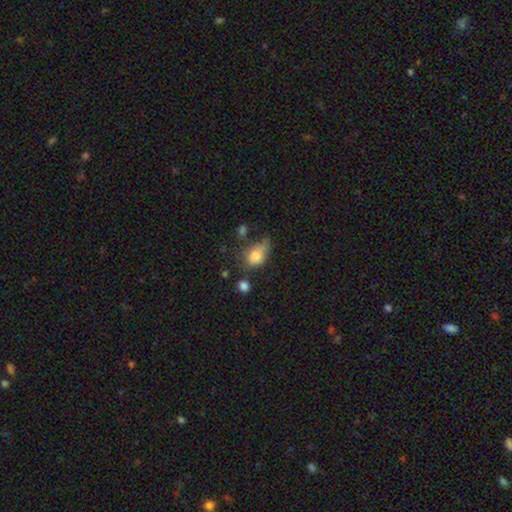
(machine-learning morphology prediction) Smooth or featured?
  - smooth: 79% *
  - featured or disk: 12%
  - star or artifact: 10%
How rounded?
  - in between: 77% *
  - round: 21%
  - cigar-shaped: 2%
Merging?
  - minor disturbance: 36% *
  - none: 30%
  - major disturbance: 24%
  - merger: 10%